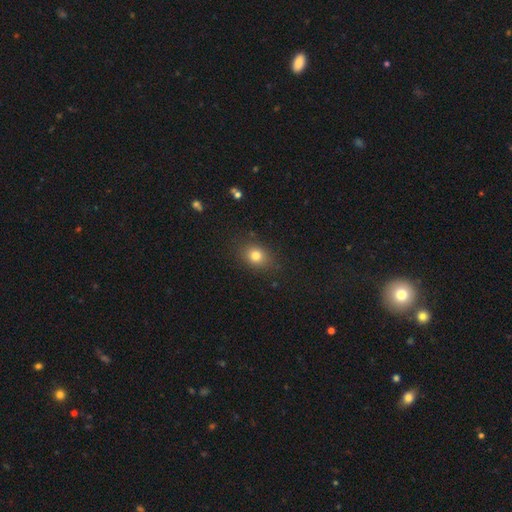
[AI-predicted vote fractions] Overall: smooth (79%). How rounded: in between (52%; round 47%). Merging: none (83%).